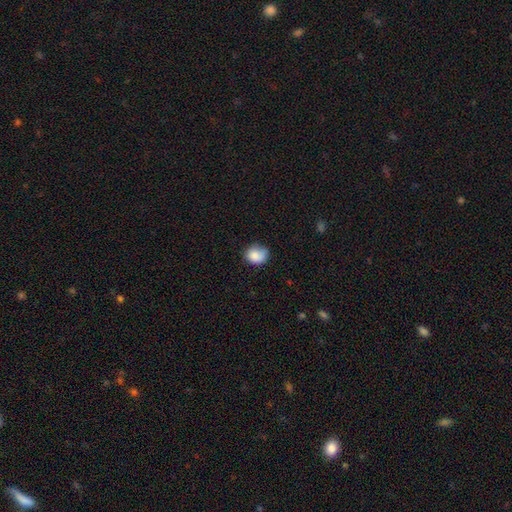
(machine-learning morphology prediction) Smooth or featured?
  - smooth: 84% *
  - star or artifact: 8%
  - featured or disk: 8%
How rounded?
  - round: 59% *
  - in between: 40%
  - cigar-shaped: 1%
Merging?
  - none: 56% *
  - minor disturbance: 33%
  - major disturbance: 9%
  - merger: 3%